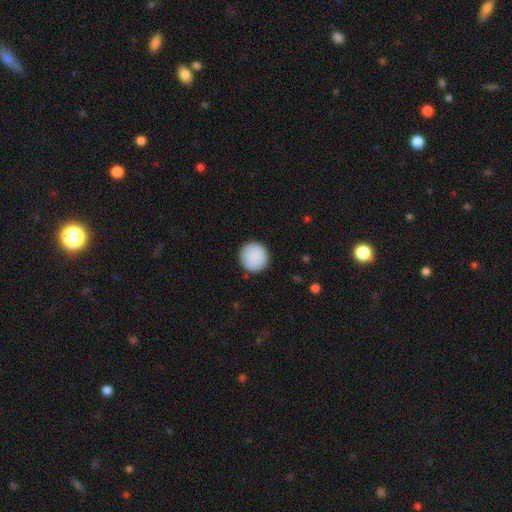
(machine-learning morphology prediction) A smooth galaxy with no disk features (90%) that is round (96%). Merging: none (91%).